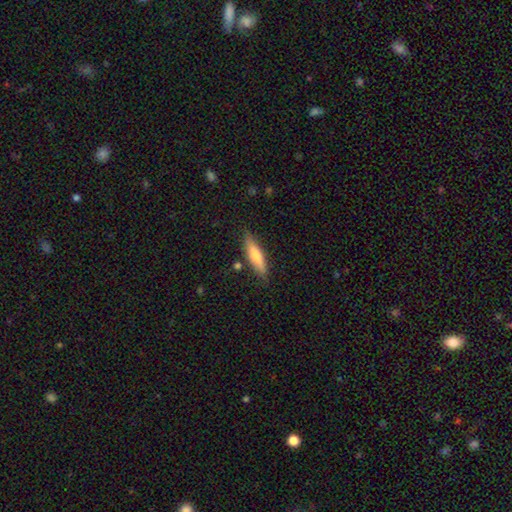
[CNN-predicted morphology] smooth_or_featured: smooth (p=0.67) [alt: featured or disk p=0.27]
how_rounded: cigar-shaped (p=0.75) [alt: in between p=0.24]
merging: none (p=0.81) [alt: minor disturbance p=0.13]